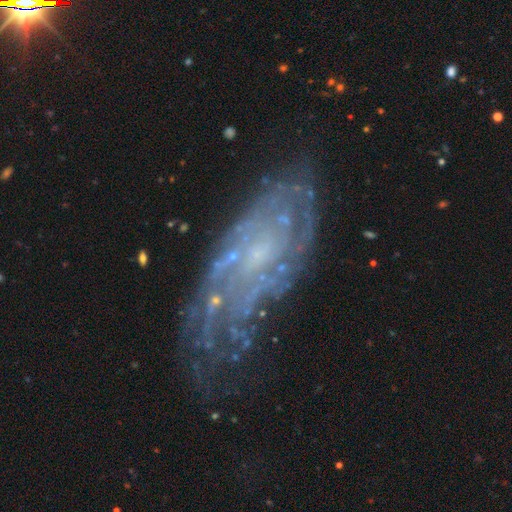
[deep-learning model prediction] Overall: featured or disk (74%). Edge-on disk: no (90%). Bar: no (65%; weak 28%). Spiral arms: yes (78%). Spiral arm count: can't tell (61%). Spiral winding: tight (58%; medium 29%). Bulge size: small (58%; none 26%). Merging: none (55%; minor disturbance 24%).